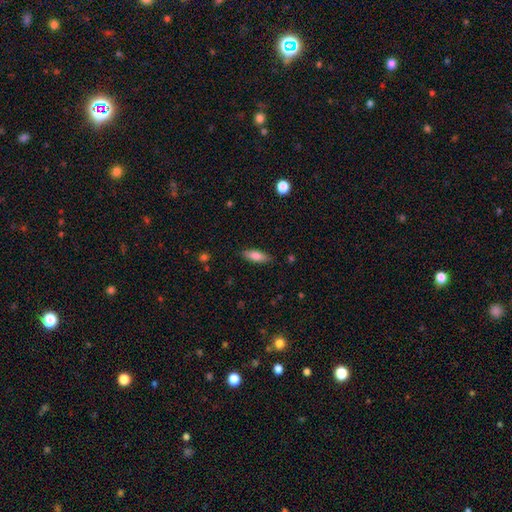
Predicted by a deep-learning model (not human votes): A smooth galaxy with no disk features (79%) that is in between round and cigar-shaped (65%).

Vote fractions:
- Smooth or featured? smooth: 79% / featured or disk: 14% / star or artifact: 7%
- How rounded? in between: 65% / cigar-shaped: 33% / round: 2%
- Merging? none: 86% / minor disturbance: 10% / major disturbance: 2% / merger: 1%